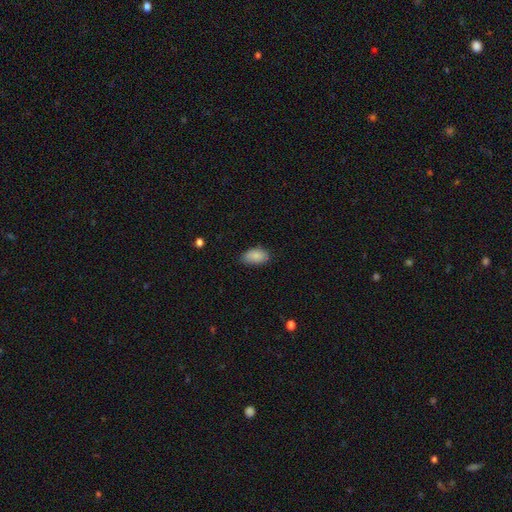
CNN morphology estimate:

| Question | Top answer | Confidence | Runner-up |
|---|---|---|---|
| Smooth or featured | smooth | 87% | star or artifact (7%) |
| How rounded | in between | 93% | round (4%) |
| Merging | none | 79% | minor disturbance (17%) |